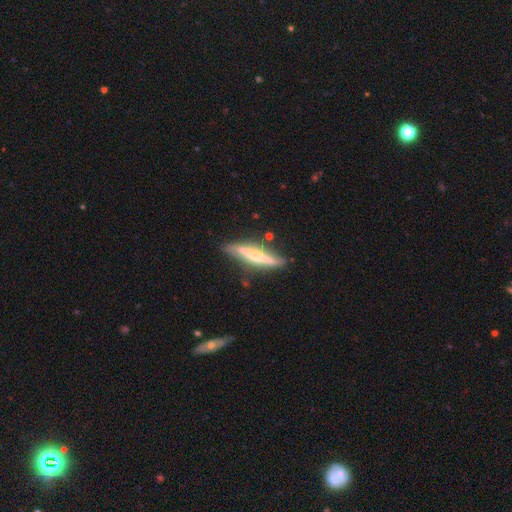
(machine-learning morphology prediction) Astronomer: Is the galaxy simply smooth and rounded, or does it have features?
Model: featured or disk — 59% (runner-up: smooth, 35%).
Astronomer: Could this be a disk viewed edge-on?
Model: yes — 88%.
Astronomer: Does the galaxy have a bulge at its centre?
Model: rounded — 52% (runner-up: none, 28%).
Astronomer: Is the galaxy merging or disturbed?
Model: none — 72%.